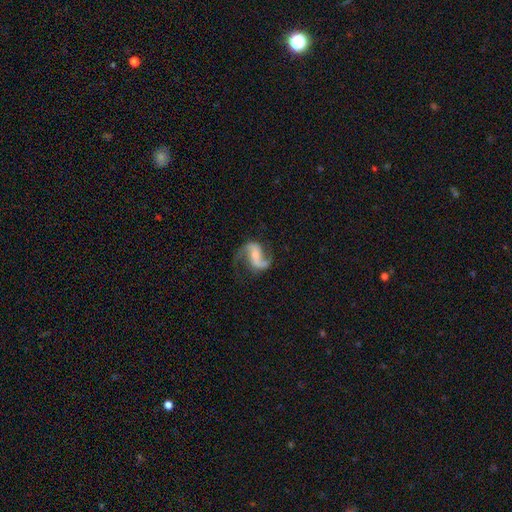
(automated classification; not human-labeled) Smooth or featured? Predicted: featured or disk (p=0.87). Edge-on disk? Predicted: no (p=0.98). Bar? Predicted: weak (p=0.39). Spiral arms? Predicted: yes (p=0.96). Spiral winding? Predicted: loose (p=0.57). Spiral arm count? Predicted: 2 (p=0.90). Bulge size? Predicted: small (p=0.50). Merging? Predicted: none (p=0.68).